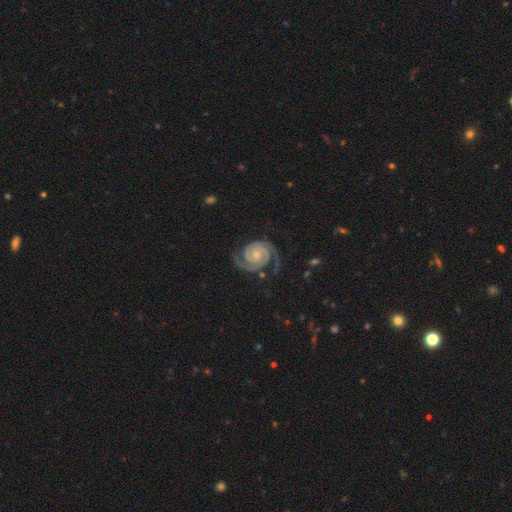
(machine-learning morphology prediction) Q: Smooth or featured?
A: featured or disk (92%); runner-up: star or artifact (4%)
Q: Edge-on disk?
A: no (98%); runner-up: yes (2%)
Q: Bar?
A: no (67%); runner-up: weak (25%)
Q: Spiral arms?
A: yes (99%); runner-up: no (1%)
Q: Spiral winding?
A: tight (71%); runner-up: medium (25%)
Q: Spiral arm count?
A: 2 (88%); runner-up: 3 (5%)
Q: Bulge size?
A: small (60%); runner-up: moderate (29%)
Q: Merging?
A: none (76%); runner-up: minor disturbance (16%)